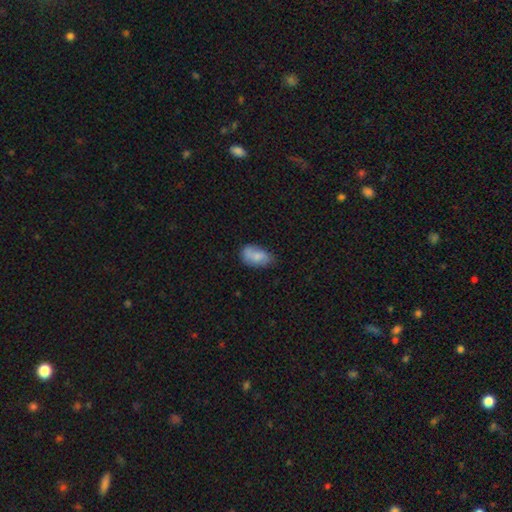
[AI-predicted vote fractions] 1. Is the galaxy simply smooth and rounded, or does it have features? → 74% smooth, 19% featured or disk, 7% star or artifact.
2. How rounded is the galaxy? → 92% in between, 6% round, 2% cigar-shaped.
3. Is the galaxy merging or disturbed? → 61% none, 28% minor disturbance, 7% major disturbance, 3% merger.